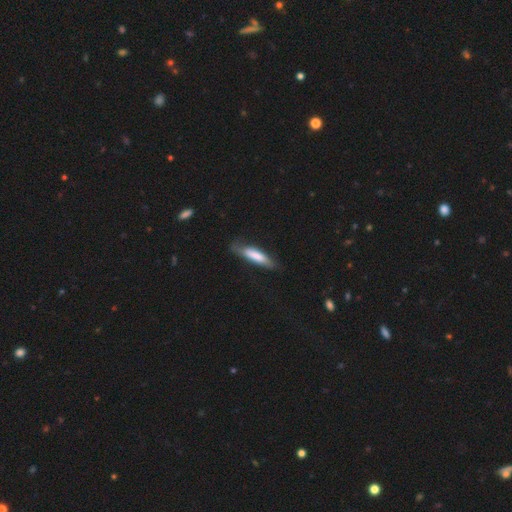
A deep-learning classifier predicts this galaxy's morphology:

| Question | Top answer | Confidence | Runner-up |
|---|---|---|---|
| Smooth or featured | smooth | 70% | featured or disk (24%) |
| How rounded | cigar-shaped | 73% | in between (26%) |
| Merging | none | 66% | minor disturbance (25%) |